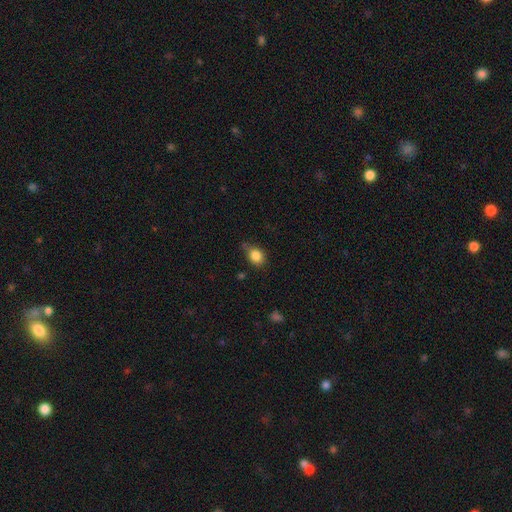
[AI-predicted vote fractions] Morphology: type=smooth (85%); roundness=in between (50%); merging=none (65%).